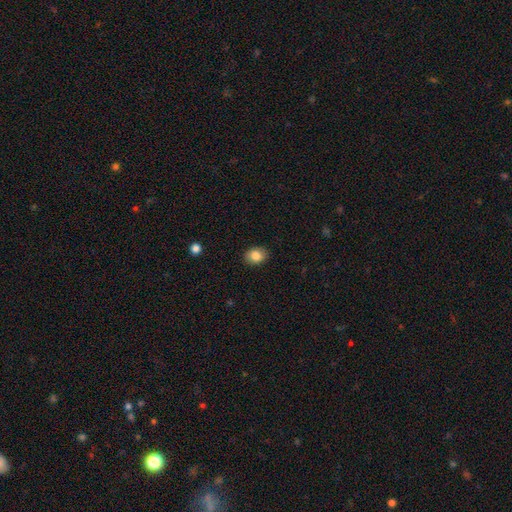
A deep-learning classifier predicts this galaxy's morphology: Q: Smooth or featured?
A: smooth (85%); runner-up: star or artifact (8%)
Q: How rounded?
A: in between (64%); runner-up: round (35%)
Q: Merging?
A: none (89%); runner-up: minor disturbance (8%)